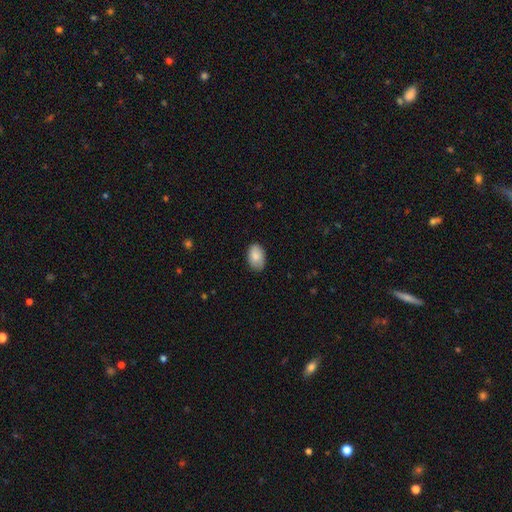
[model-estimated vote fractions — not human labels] Smooth or featured: smooth — 85% (featured or disk — 9%)
How rounded: in between — 90% (round — 9%)
Merging: none — 82% (minor disturbance — 15%)